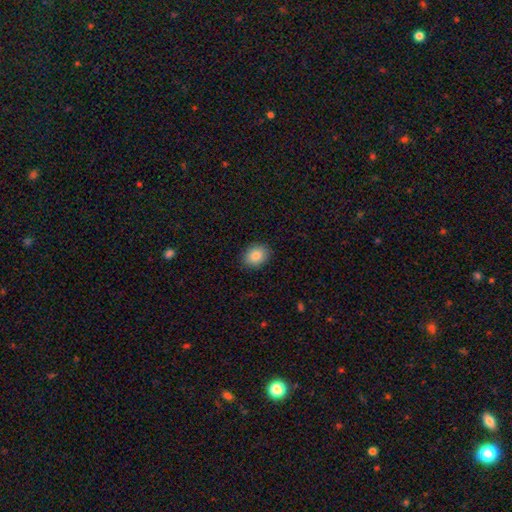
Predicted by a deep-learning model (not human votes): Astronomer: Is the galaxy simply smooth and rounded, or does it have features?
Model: smooth — 85%.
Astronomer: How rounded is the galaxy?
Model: in between — 56% (runner-up: round, 43%).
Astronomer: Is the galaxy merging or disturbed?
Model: none — 89%.